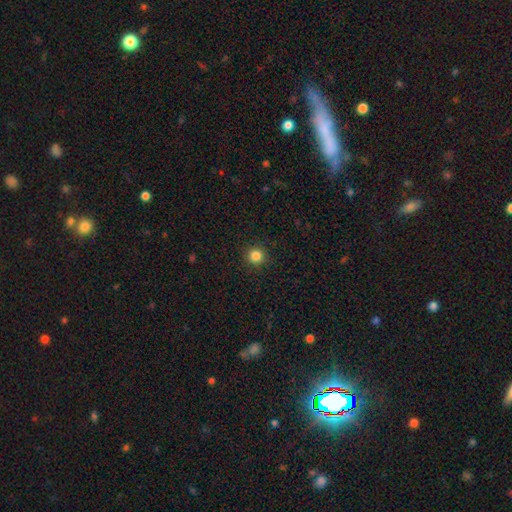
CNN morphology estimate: Q: Smooth or featured?
A: smooth (84%); runner-up: star or artifact (12%)
Q: How rounded?
A: round (94%); runner-up: in between (5%)
Q: Merging?
A: none (92%); runner-up: minor disturbance (5%)